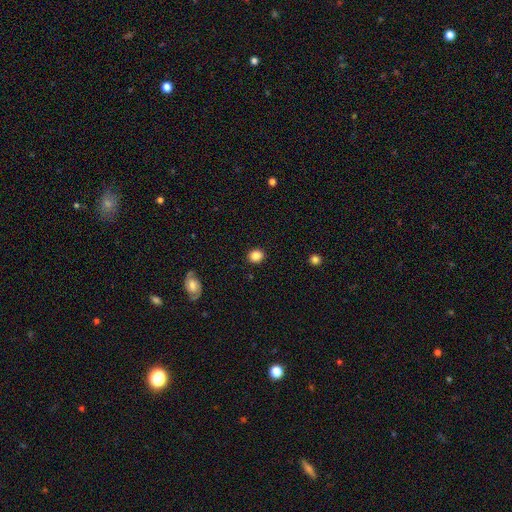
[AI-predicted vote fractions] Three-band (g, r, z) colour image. It shows a smooth galaxy with no disk features (86%) that is round (79%). Merging: none (90%).